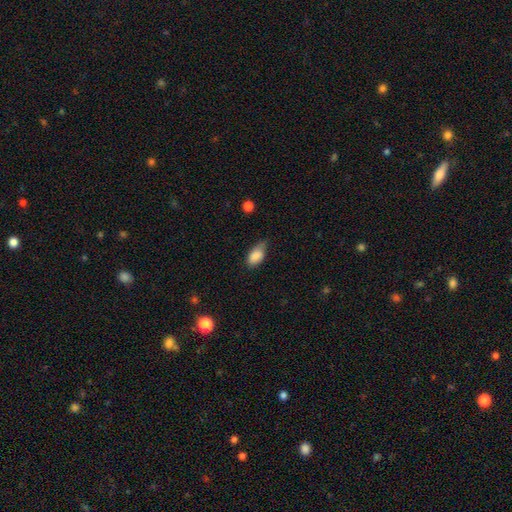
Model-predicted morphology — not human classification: Smooth or featured? Predicted: smooth (p=0.86). How rounded? Predicted: in between (p=0.90). Merging? Predicted: none (p=0.53).